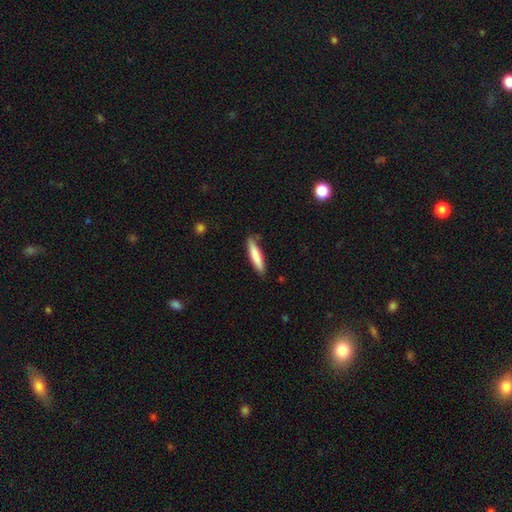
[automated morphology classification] type=smooth (79%); roundness=cigar-shaped (87%); merging=none (83%).